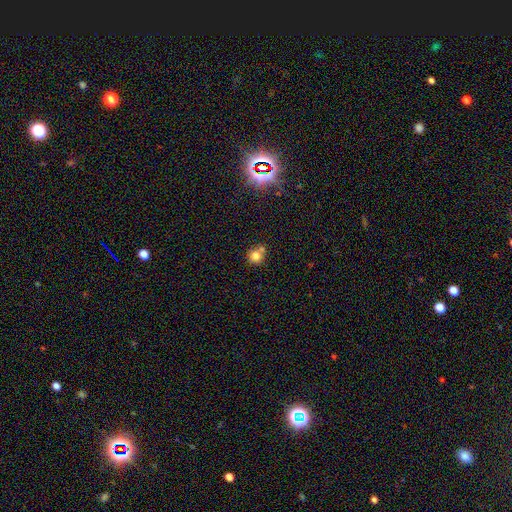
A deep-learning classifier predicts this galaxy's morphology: Overall: smooth (78%). How rounded: round (91%). Merging: none (58%; merger 29%).